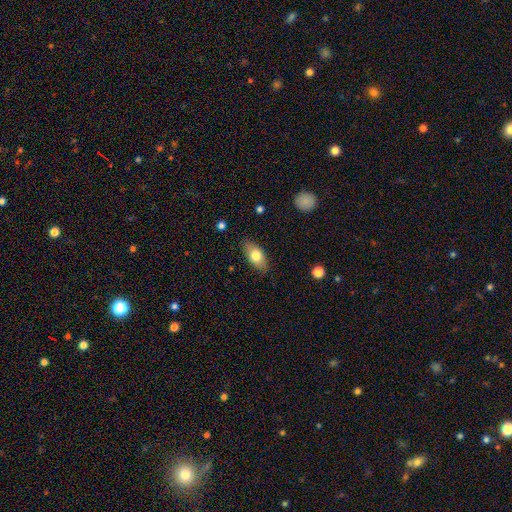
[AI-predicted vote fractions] Overall: smooth (75%). How rounded: in between (89%). Merging: none (84%).